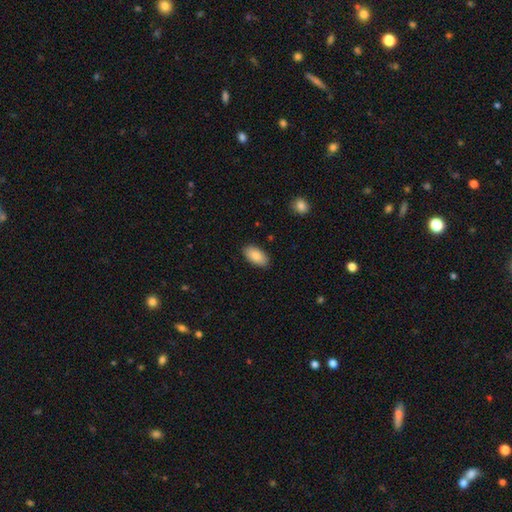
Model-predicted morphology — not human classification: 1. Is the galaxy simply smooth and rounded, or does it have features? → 87% smooth, 6% featured or disk, 6% star or artifact.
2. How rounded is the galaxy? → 95% in between, 3% cigar-shaped, 2% round.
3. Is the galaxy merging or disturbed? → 88% none, 9% minor disturbance, 2% major disturbance, 1% merger.